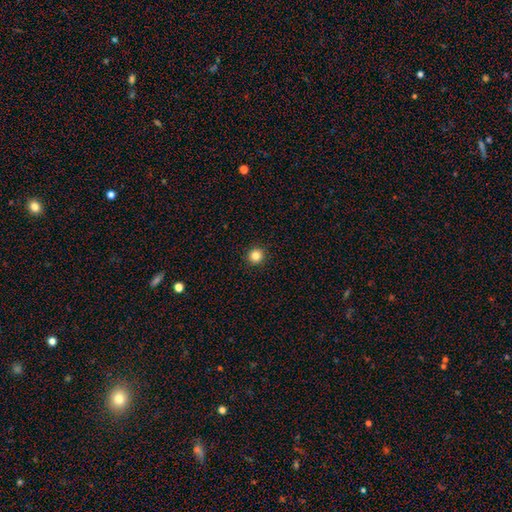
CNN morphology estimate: type=smooth (85%); roundness=round (96%); merging=none (94%).